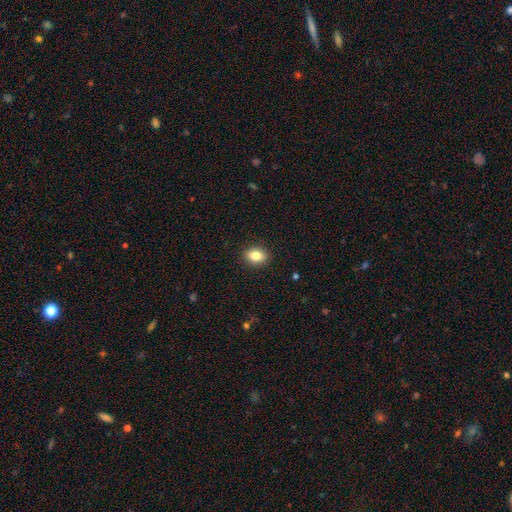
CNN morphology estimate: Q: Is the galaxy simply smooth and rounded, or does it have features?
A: smooth — 84%.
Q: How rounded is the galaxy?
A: in between — 70%.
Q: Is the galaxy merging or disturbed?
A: none — 90%.